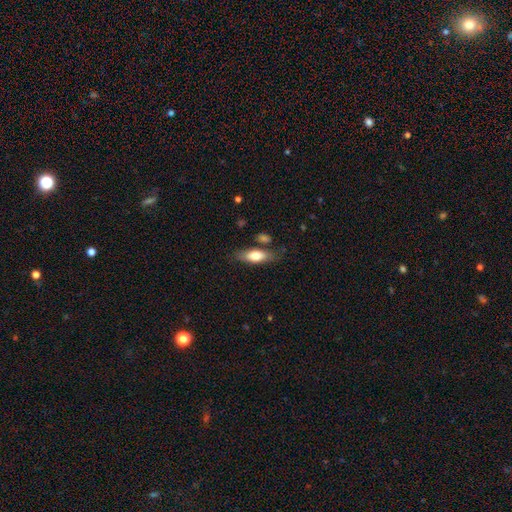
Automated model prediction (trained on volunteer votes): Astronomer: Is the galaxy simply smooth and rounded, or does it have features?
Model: smooth — 69%.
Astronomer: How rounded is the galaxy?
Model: in between — 69%.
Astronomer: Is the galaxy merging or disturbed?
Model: none — 72%.